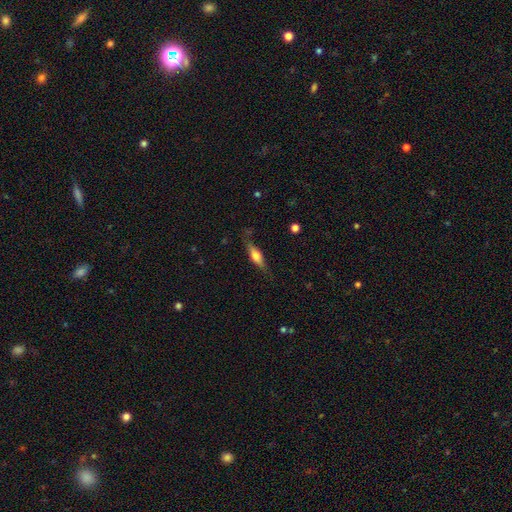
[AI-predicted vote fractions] Smooth or featured?
  - featured or disk: 47% *
  - smooth: 46%
  - star or artifact: 7%
Merging?
  - none: 76% *
  - minor disturbance: 18%
  - major disturbance: 5%
  - merger: 2%